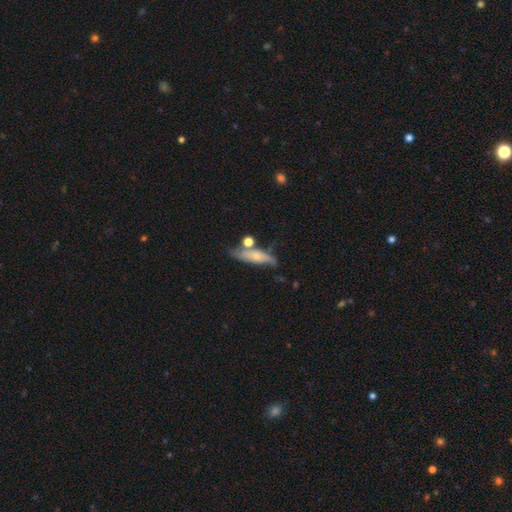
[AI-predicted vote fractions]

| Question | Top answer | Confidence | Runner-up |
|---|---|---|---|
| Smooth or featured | smooth | 58% | featured or disk (35%) |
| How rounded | cigar-shaped | 53% | in between (43%) |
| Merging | none | 47% | minor disturbance (26%) |